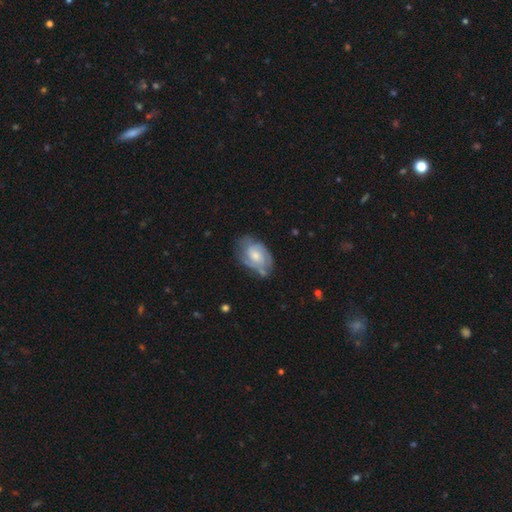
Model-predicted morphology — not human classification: smooth_or_featured: featured or disk (p=0.66) [alt: smooth p=0.28]
disk_edge_on: no (p=0.96) [alt: yes p=0.04]
bar: no (p=0.63) [alt: weak p=0.32]
has_spiral_arms: yes (p=0.83) [alt: no p=0.17]
spiral_winding: tight (p=0.51) [alt: medium p=0.37]
spiral_arm_count: 2 (p=0.42) [alt: can't tell p=0.34]
bulge_size: moderate (p=0.46) [alt: small p=0.42]
merging: none (p=0.56) [alt: minor disturbance p=0.28]